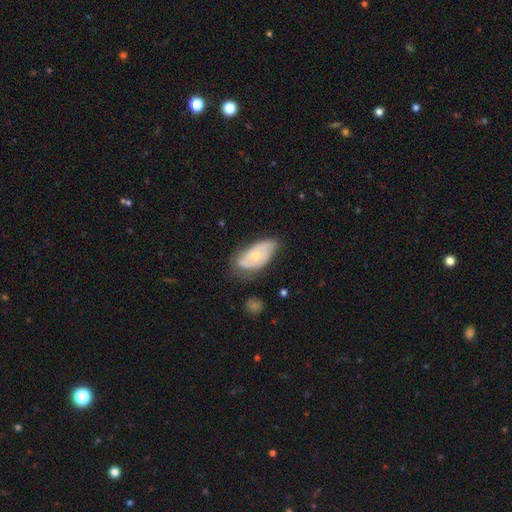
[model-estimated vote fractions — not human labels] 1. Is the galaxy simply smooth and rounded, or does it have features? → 48% featured or disk, 45% smooth, 7% star or artifact.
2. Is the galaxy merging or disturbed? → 53% none, 34% minor disturbance, 11% major disturbance, 2% merger.